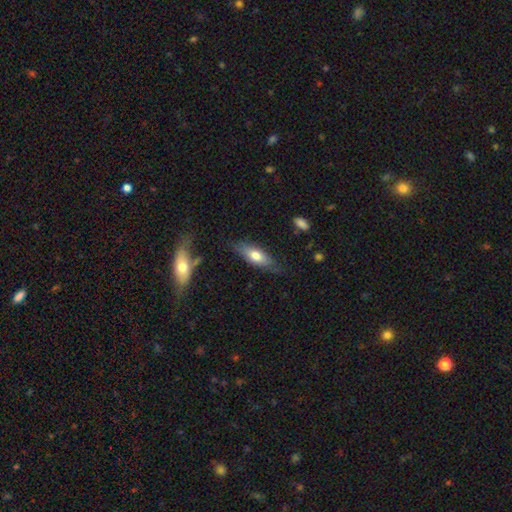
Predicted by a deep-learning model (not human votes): This appears to be a smooth galaxy with no disk features (66%) that is in between round and cigar-shaped (61%). Merging: none (72%).